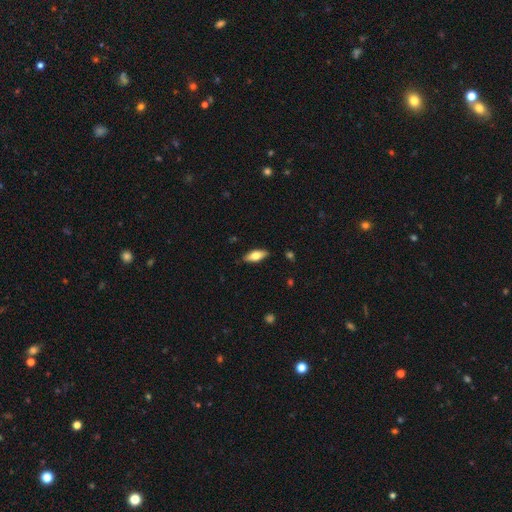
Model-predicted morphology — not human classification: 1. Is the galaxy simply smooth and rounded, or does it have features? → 66% smooth, 28% featured or disk, 6% star or artifact.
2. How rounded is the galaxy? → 77% in between, 20% cigar-shaped, 2% round.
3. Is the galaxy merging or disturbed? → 86% none, 11% minor disturbance, 2% major disturbance, 1% merger.